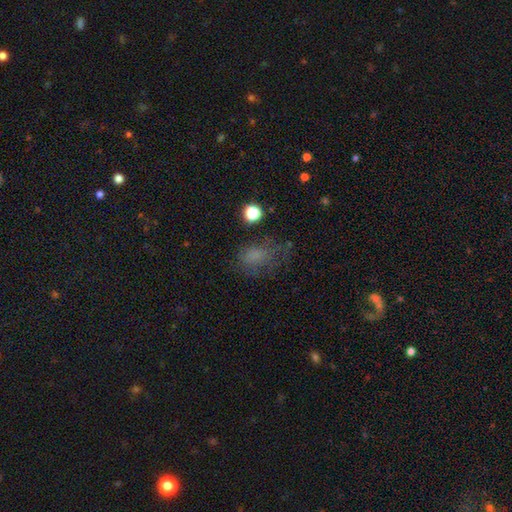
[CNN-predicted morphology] smooth_or_featured: smooth (p=0.63) [alt: star or artifact p=0.21]
how_rounded: in between (p=0.72) [alt: round p=0.25]
merging: none (p=0.50) [alt: minor disturbance p=0.24]